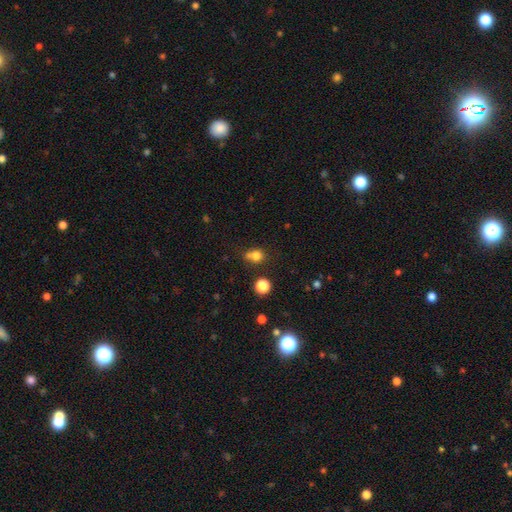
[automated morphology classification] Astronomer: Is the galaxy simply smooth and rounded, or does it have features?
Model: smooth — 77%.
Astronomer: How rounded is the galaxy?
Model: round — 72%.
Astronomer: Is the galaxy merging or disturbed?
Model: none — 51%.